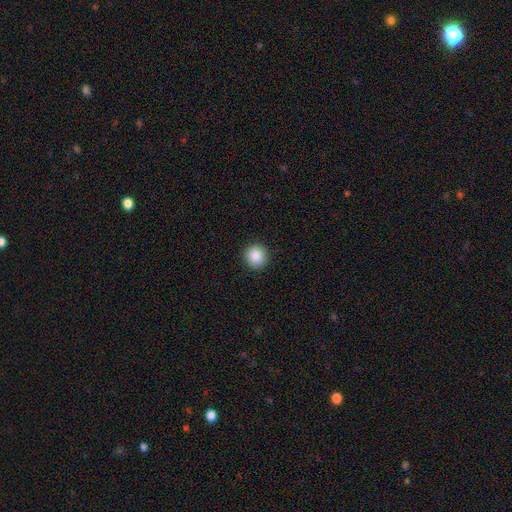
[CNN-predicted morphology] smooth_or_featured: smooth (p=0.87) [alt: star or artifact p=0.09]
how_rounded: round (p=0.93) [alt: in between p=0.06]
merging: none (p=0.92) [alt: minor disturbance p=0.05]